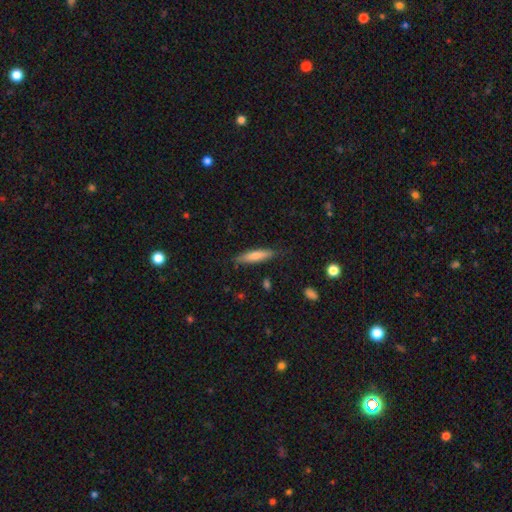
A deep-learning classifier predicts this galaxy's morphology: Q: Smooth or featured?
A: smooth (71%); runner-up: featured or disk (23%)
Q: How rounded?
A: cigar-shaped (82%); runner-up: in between (16%)
Q: Merging?
A: none (83%); runner-up: minor disturbance (13%)